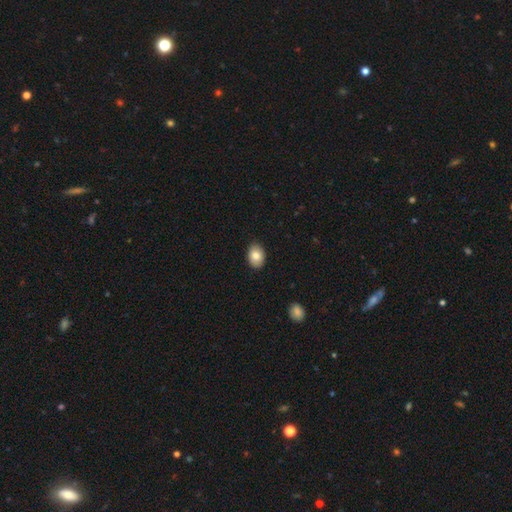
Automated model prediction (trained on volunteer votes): smooth-or-featured: smooth: 82% | featured or disk: 10% | star or artifact: 7%
  how-rounded: in between: 83% | round: 16% | cigar-shaped: 1%
  merging: none: 87% | minor disturbance: 10% | major disturbance: 2% | merger: 1%